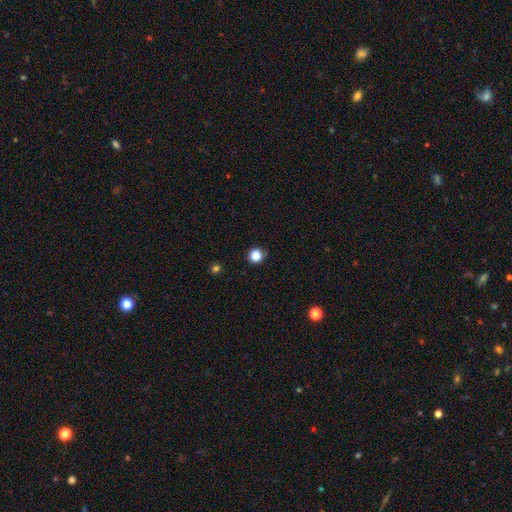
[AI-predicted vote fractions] The model was most divided on "smooth or featured": smooth: 85%, star or artifact: 12%, featured or disk: 3%. More confident: how rounded — round (95%); merging — none (90%).